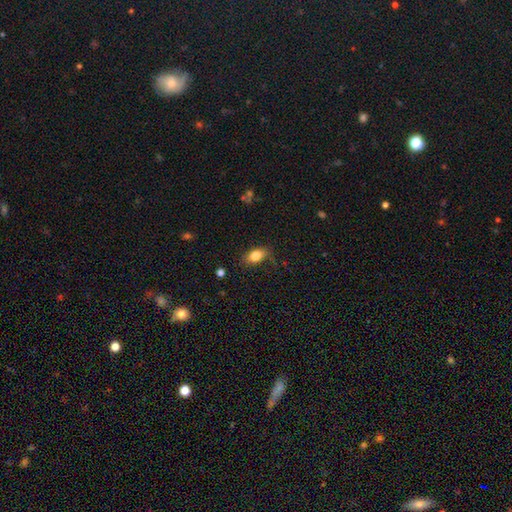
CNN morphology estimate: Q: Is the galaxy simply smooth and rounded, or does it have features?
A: smooth — 80%.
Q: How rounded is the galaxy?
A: in between — 85%.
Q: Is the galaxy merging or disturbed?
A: none — 74%.